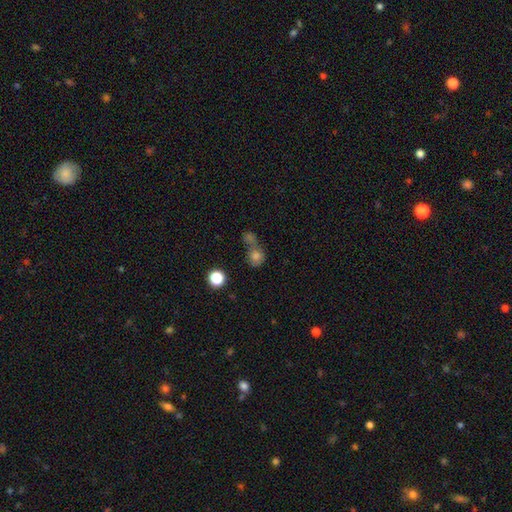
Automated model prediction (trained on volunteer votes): Q: Smooth or featured?
A: smooth (73%); runner-up: star or artifact (14%)
Q: How rounded?
A: round (74%); runner-up: in between (24%)
Q: Merging?
A: merger (53%); runner-up: none (30%)